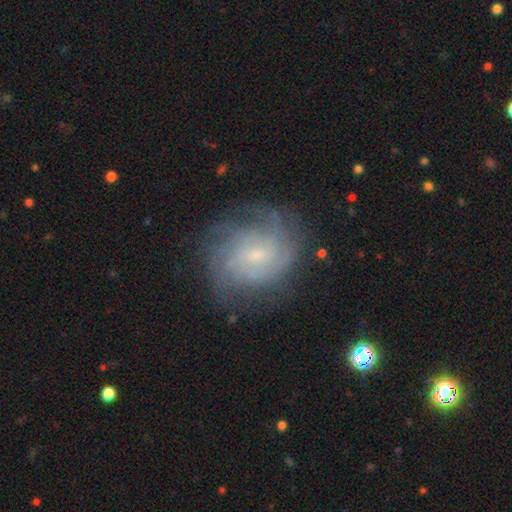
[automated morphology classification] Smooth or featured? featured or disk (74%)
Edge-on disk? no (97%)
Bar? no (49%)
Spiral arms? yes (91%)
Spiral winding? tight (57%)
Spiral arm count? can't tell (47%)
Bulge size? small (65%)
Merging? none (72%)